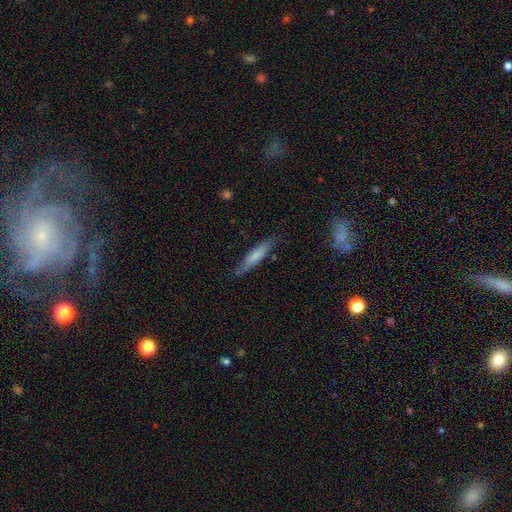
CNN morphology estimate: A smooth galaxy with no disk features (68%) that is cigar-shaped (85%). Merging: none (79%).